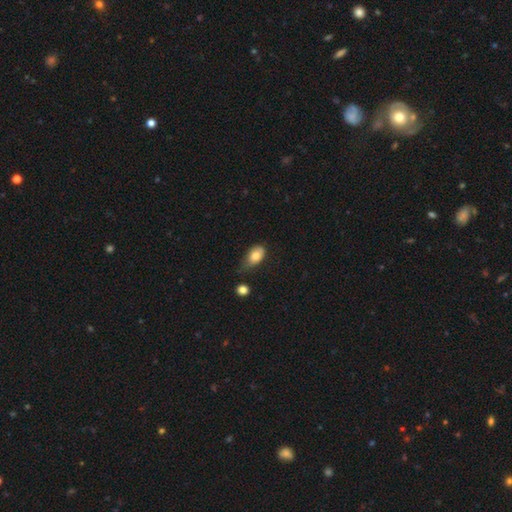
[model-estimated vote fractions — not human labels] Morphology: type=smooth (78%); roundness=in between (85%); merging=minor disturbance (44%).